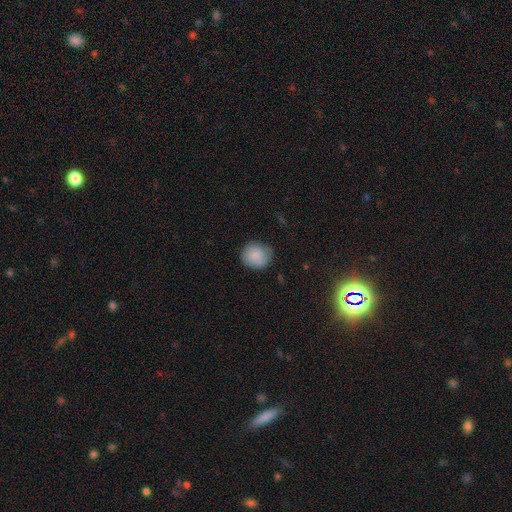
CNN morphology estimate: smooth 87%, star or artifact 7%, featured or disk 6%. Down the decision tree: how rounded — round (84%); merging — none (76%).